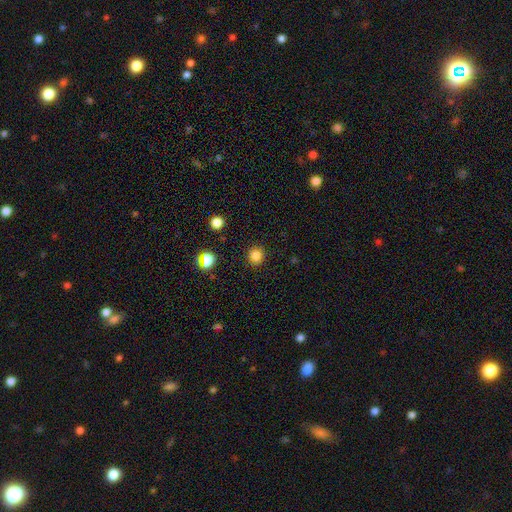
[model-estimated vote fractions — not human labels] Smooth or featured? smooth (83%)
How rounded? round (90%)
Merging? none (90%)